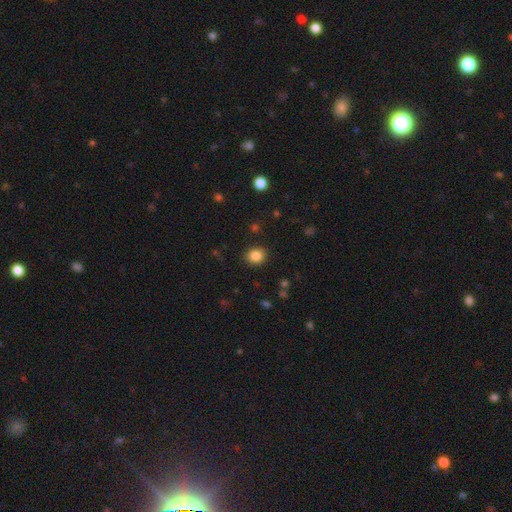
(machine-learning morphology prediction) Q: Smooth or featured?
A: smooth (85%); runner-up: star or artifact (11%)
Q: How rounded?
A: round (77%); runner-up: in between (22%)
Q: Merging?
A: none (89%); runner-up: minor disturbance (7%)